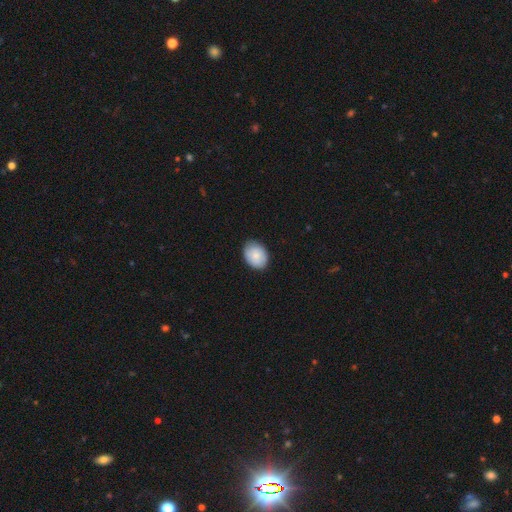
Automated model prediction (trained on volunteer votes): This appears to be a smooth galaxy with no disk features (82%) that is in between round and cigar-shaped (72%). Merging: none (82%).